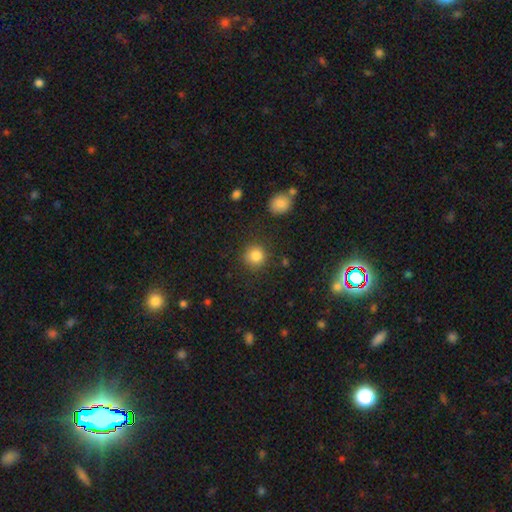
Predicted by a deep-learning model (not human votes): Smooth or featured: smooth — 84% (star or artifact — 11%)
How rounded: round — 91% (in between — 8%)
Merging: none — 84% (minor disturbance — 9%)